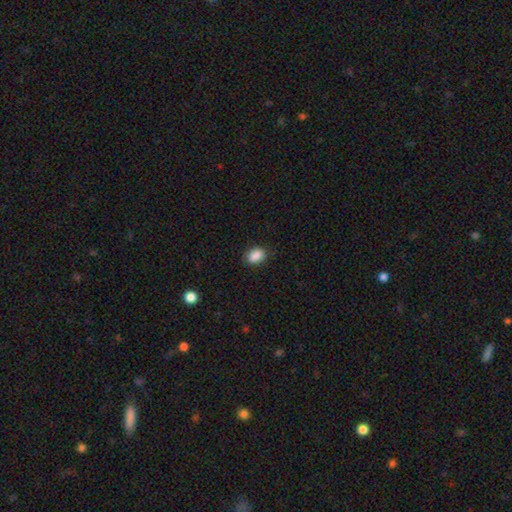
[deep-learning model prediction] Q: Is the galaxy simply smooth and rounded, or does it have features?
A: smooth — 88%.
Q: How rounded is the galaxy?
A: in between — 77%.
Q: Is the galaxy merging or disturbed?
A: none — 85%.